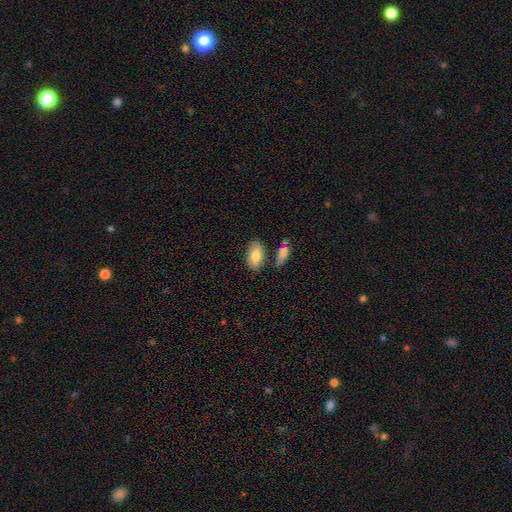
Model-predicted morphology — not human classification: A smooth galaxy with no disk features (81%) that is in between round and cigar-shaped (92%).

Vote fractions:
- Smooth or featured? smooth: 81% / featured or disk: 12% / star or artifact: 6%
- How rounded? in between: 92% / round: 5% / cigar-shaped: 3%
- Merging? none: 72% / minor disturbance: 15% / merger: 9% / major disturbance: 4%